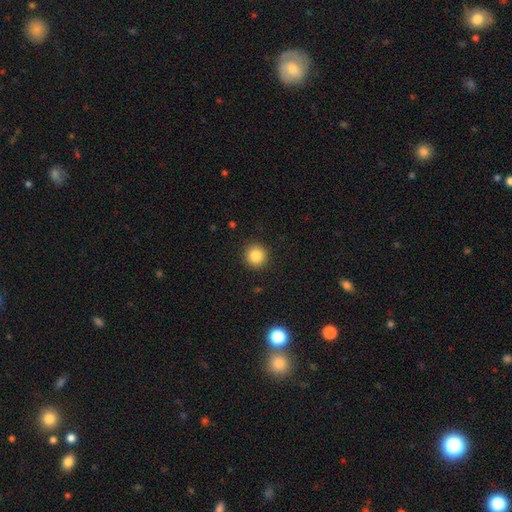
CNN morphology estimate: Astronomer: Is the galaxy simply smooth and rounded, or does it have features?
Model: smooth — 84%.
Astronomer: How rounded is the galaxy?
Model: round — 94%.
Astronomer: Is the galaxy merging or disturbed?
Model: none — 92%.